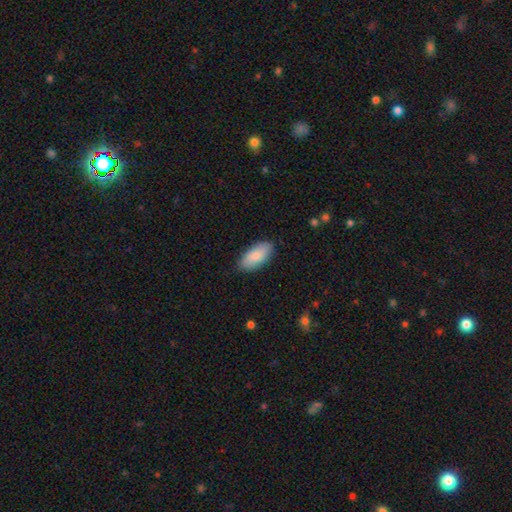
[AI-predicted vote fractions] The model was most divided on "merging": none: 84%, minor disturbance: 13%, major disturbance: 2%, merger: 1%. More confident: how rounded — in between (90%); smooth or featured — smooth (84%).